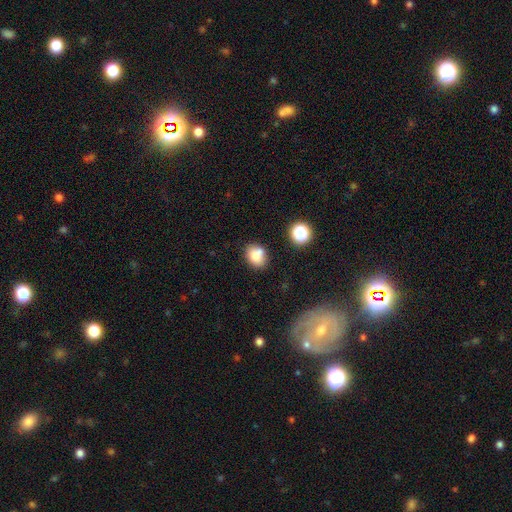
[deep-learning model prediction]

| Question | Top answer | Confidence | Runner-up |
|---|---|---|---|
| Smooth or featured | smooth | 76% | featured or disk (12%) |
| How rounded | round | 50% | in between (49%) |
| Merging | none | 63% | merger (18%) |